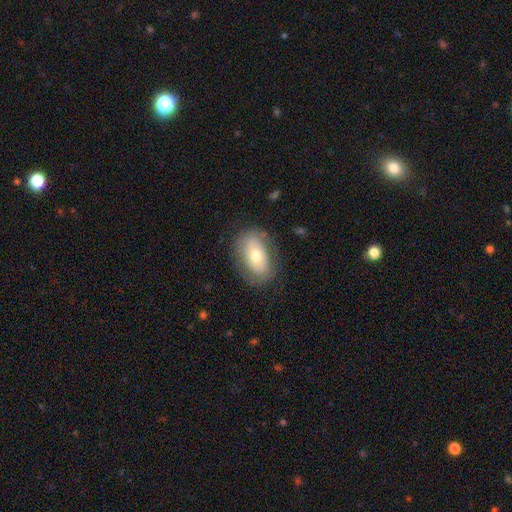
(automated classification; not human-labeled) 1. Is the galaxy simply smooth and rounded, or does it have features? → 64% smooth, 29% featured or disk, 7% star or artifact.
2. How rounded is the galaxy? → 89% in between, 10% round, 2% cigar-shaped.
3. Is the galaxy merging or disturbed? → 77% none, 16% minor disturbance, 6% major disturbance, 1% merger.